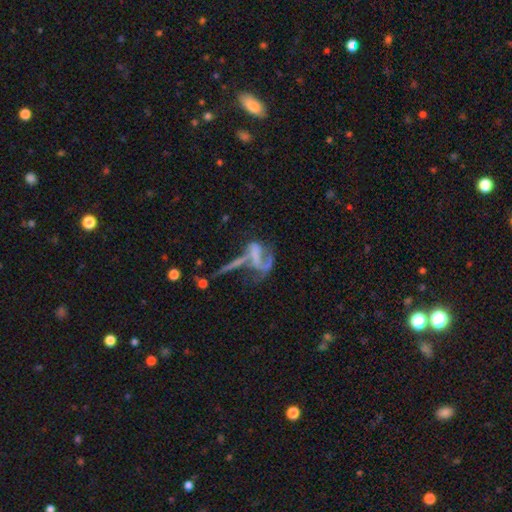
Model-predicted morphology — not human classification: smooth_or_featured: featured or disk (p=0.59) [alt: smooth p=0.27]
disk_edge_on: no (p=0.89) [alt: yes p=0.11]
bar: no (p=0.61) [alt: weak p=0.21]
has_spiral_arms: no (p=0.54) [alt: yes p=0.46]
bulge_size: none (p=0.65) [alt: small p=0.18]
merging: major disturbance (p=0.35) [alt: merger p=0.33]